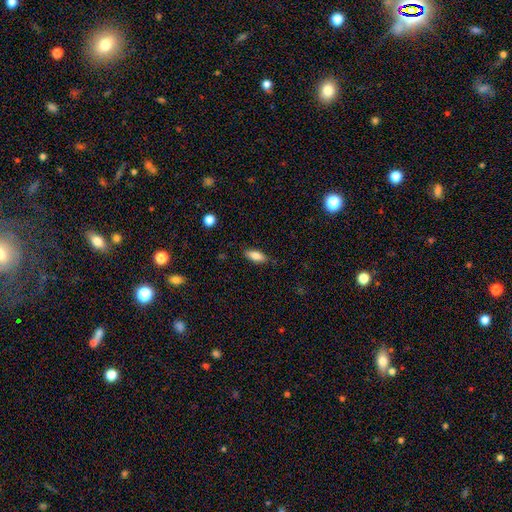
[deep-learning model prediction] A smooth galaxy with no disk features (80%) that is in between round and cigar-shaped (75%).

Vote fractions:
- Smooth or featured? smooth: 80% / featured or disk: 13% / star or artifact: 7%
- How rounded? in between: 75% / cigar-shaped: 22% / round: 2%
- Merging? none: 85% / minor disturbance: 11% / major disturbance: 2% / merger: 1%